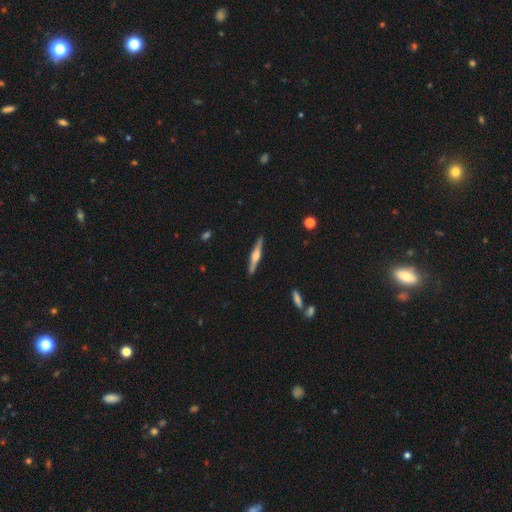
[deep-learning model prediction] Q: Smooth or featured?
A: featured or disk (70%); runner-up: smooth (25%)
Q: Edge-on disk?
A: yes (98%); runner-up: no (2%)
Q: Edge-on bulge?
A: rounded (85%); runner-up: boxy (11%)
Q: Merging?
A: none (90%); runner-up: minor disturbance (7%)